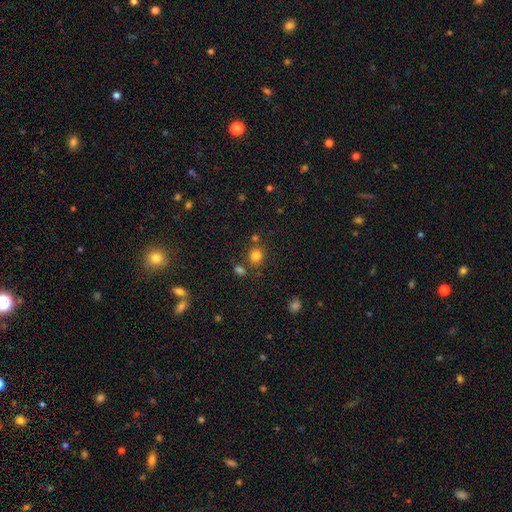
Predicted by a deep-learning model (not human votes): Smooth or featured? Predicted: smooth (p=0.80). How rounded? Predicted: round (p=0.82). Merging? Predicted: none (p=0.76).